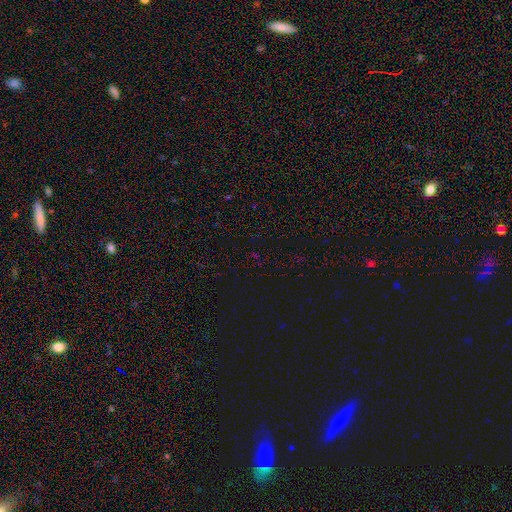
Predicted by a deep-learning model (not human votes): This appears to be a star or artifact, not a galaxy (73%).